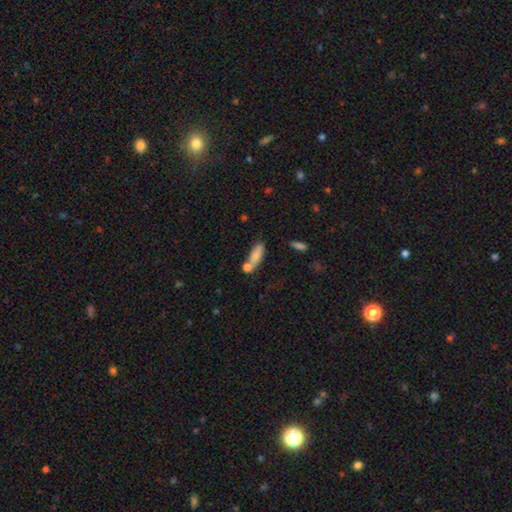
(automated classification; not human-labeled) Smooth or featured? smooth (79%)
How rounded? in between (64%)
Merging? none (49%)